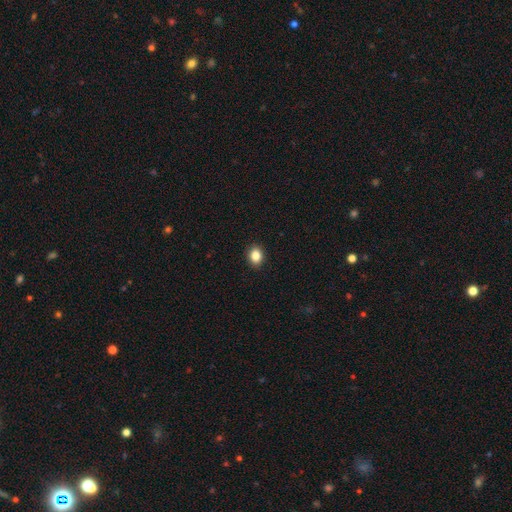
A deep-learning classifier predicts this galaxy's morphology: Smooth or featured?
  - smooth: 85% *
  - star or artifact: 10%
  - featured or disk: 5%
How rounded?
  - in between: 53% *
  - round: 46%
  - cigar-shaped: 1%
Merging?
  - none: 91% *
  - minor disturbance: 6%
  - major disturbance: 2%
  - merger: 1%